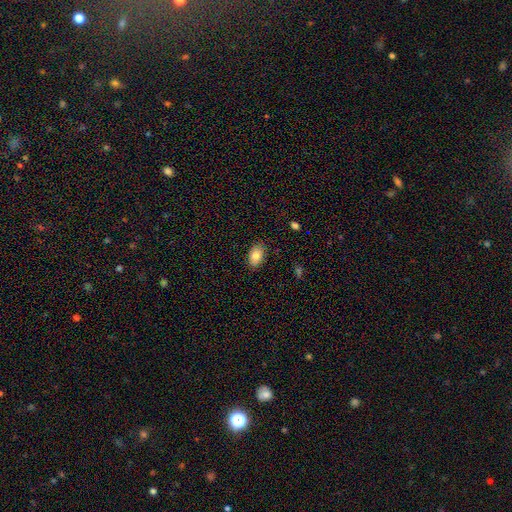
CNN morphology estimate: A smooth galaxy with no disk features (84%) that is in between round and cigar-shaped (90%).

Vote fractions:
- Smooth or featured? smooth: 84% / featured or disk: 9% / star or artifact: 7%
- How rounded? in between: 90% / round: 9% / cigar-shaped: 1%
- Merging? none: 85% / minor disturbance: 11% / major disturbance: 2% / merger: 1%